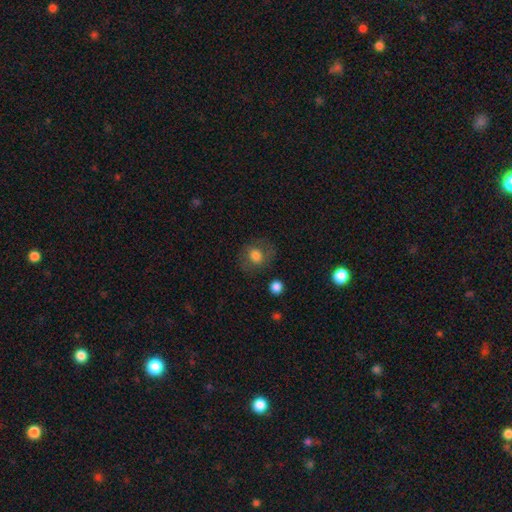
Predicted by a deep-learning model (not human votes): A smooth galaxy with no disk features (72%) that is round (66%).

Vote fractions:
- Smooth or featured? smooth: 72% / featured or disk: 19% / star or artifact: 10%
- How rounded? round: 66% / in between: 33% / cigar-shaped: 1%
- Merging? none: 73% / minor disturbance: 16% / major disturbance: 9% / merger: 2%